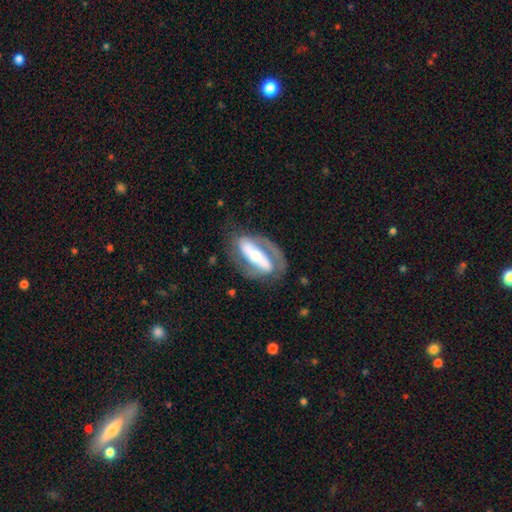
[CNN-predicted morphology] The model was most divided on "spiral winding": medium: 40%, tight: 39%, loose: 21%. More confident: edge-on disk — no (87%); smooth or featured — featured or disk (78%); spiral arm count — 2 (75%); spiral arms — yes (75%); merging — none (66%); bar — strong (62%); bulge size — moderate (55%).